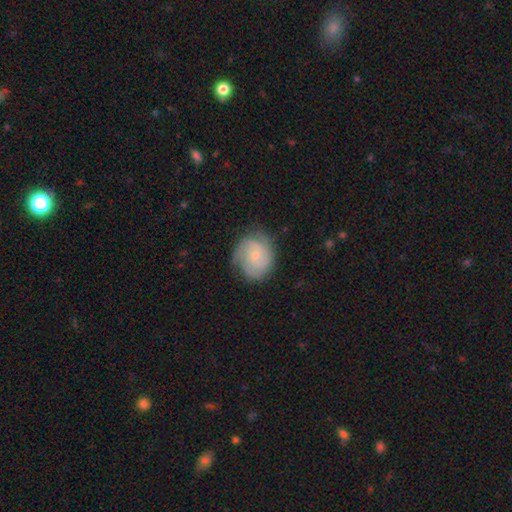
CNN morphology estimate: Smooth or featured: featured or disk — 68% (smooth — 26%)
Edge-on disk: no — 98% (yes — 2%)
Bar: no — 77% (weak — 20%)
Spiral arms: yes — 90% (no — 10%)
Spiral winding: tight — 59% (medium — 31%)
Spiral arm count: 2 — 35% (can't tell — 29%)
Bulge size: small — 74% (moderate — 22%)
Merging: none — 68% (minor disturbance — 22%)